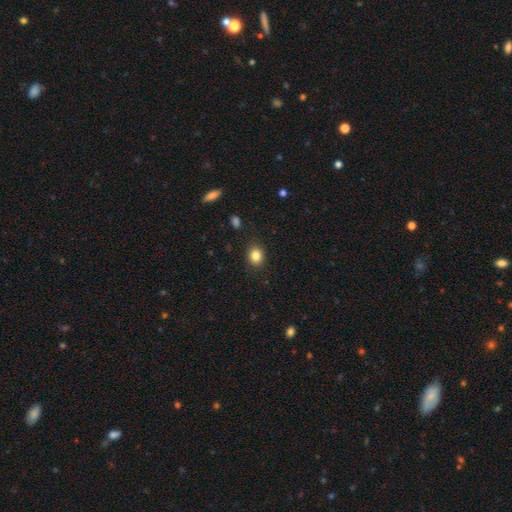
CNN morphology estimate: Smooth or featured?
  - smooth: 84% *
  - star or artifact: 10%
  - featured or disk: 5%
How rounded?
  - round: 63% *
  - in between: 36%
  - cigar-shaped: 1%
Merging?
  - none: 88% *
  - minor disturbance: 8%
  - major disturbance: 2%
  - merger: 1%